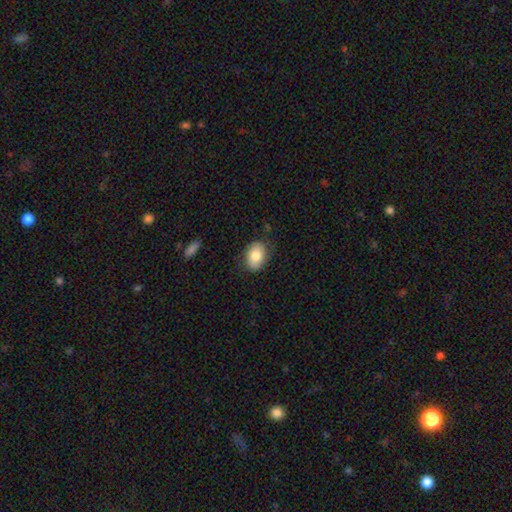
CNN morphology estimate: A smooth galaxy with no disk features (82%) that is in between round and cigar-shaped (82%). Merging: none (81%).